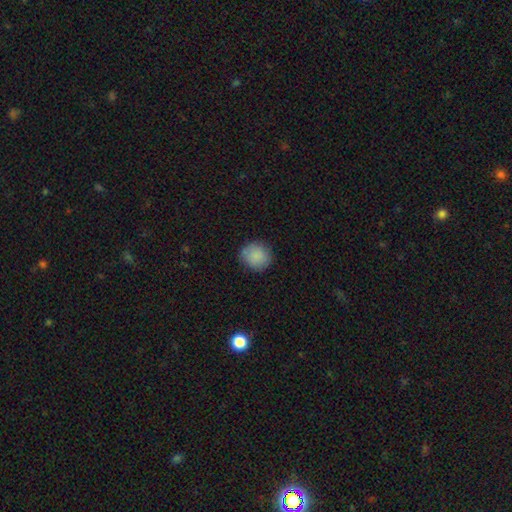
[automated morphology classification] Smooth or featured? Predicted: smooth (p=0.88). How rounded? Predicted: round (p=0.88). Merging? Predicted: none (p=0.85).